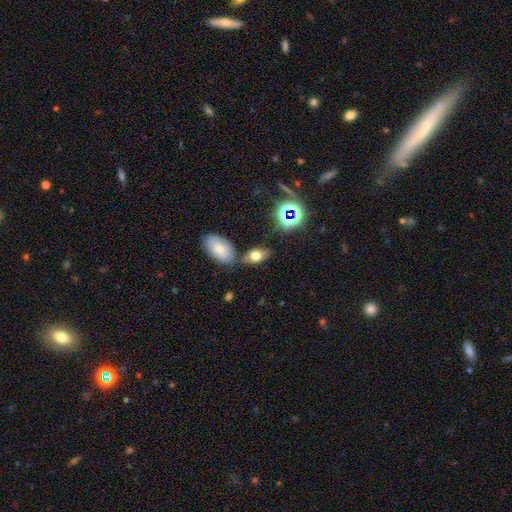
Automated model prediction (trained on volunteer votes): Smooth or featured? Predicted: smooth (p=0.68). How rounded? Predicted: in between (p=0.88). Merging? Predicted: none (p=0.71).